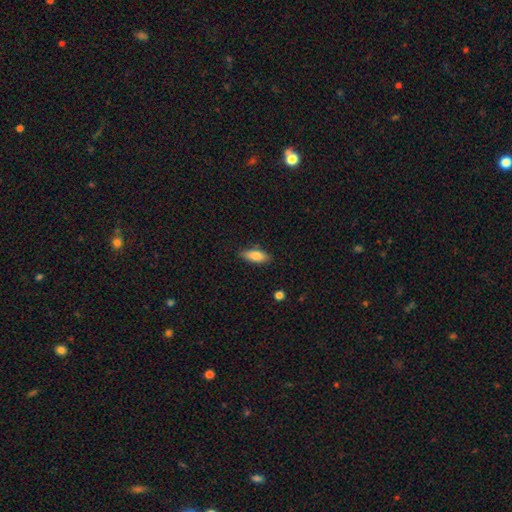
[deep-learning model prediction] This is clearly a smooth galaxy (82%). How rounded: likely in between (75%). Merging: clearly none (81%).